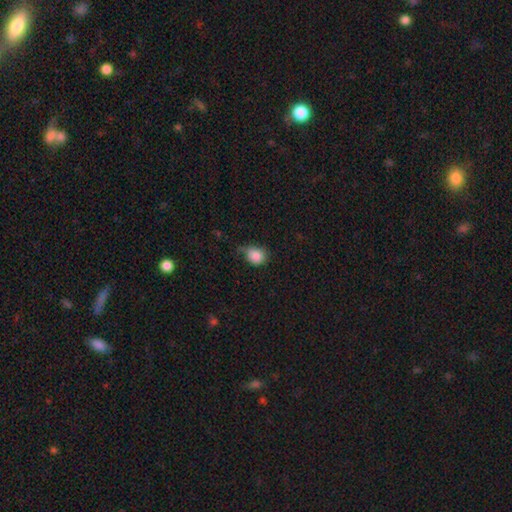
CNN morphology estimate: smooth_or_featured: smooth (p=0.85) [alt: star or artifact p=0.09]
how_rounded: round (p=0.67) [alt: in between p=0.32]
merging: none (p=0.43) [alt: minor disturbance p=0.41]